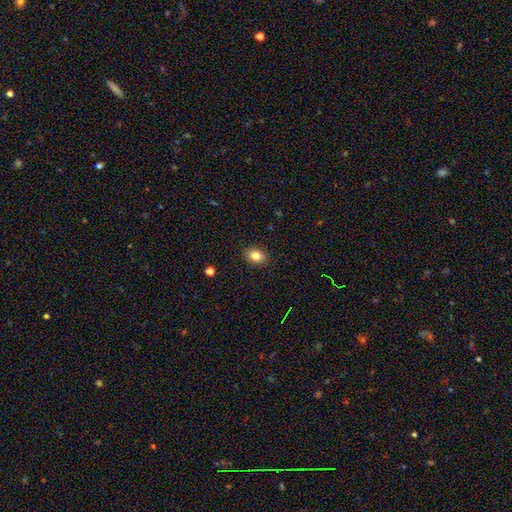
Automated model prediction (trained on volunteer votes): Smooth or featured? Predicted: smooth (p=0.83). How rounded? Predicted: in between (p=0.72). Merging? Predicted: none (p=0.89).